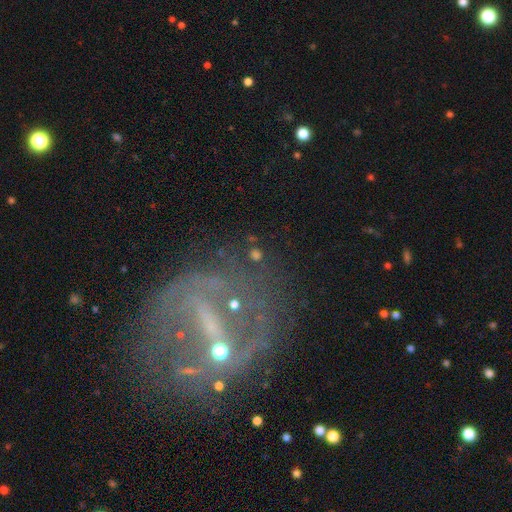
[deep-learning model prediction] Smooth or featured? featured or disk (60%)
Edge-on disk? no (93%)
Bar? strong (36%)
Spiral arms? yes (62%)
Bulge size? small (45%)
Merging? none (63%)